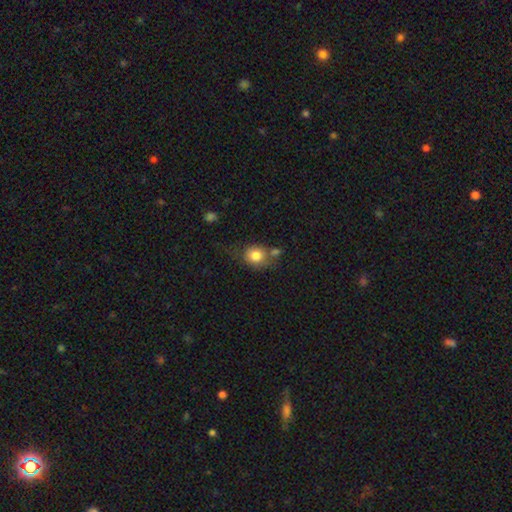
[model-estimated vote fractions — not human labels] Smooth or featured? smooth (81%)
How rounded? round (72%)
Merging? none (56%)